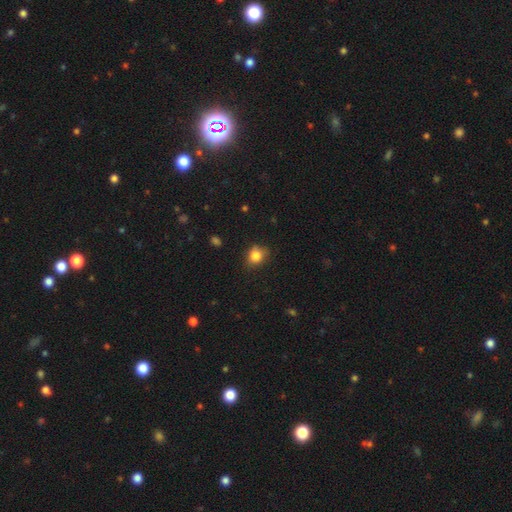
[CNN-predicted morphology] The model was most divided on "how rounded": round: 64%, in between: 35%, cigar-shaped: 1%. More confident: smooth or featured — smooth (83%); merging — none (72%).